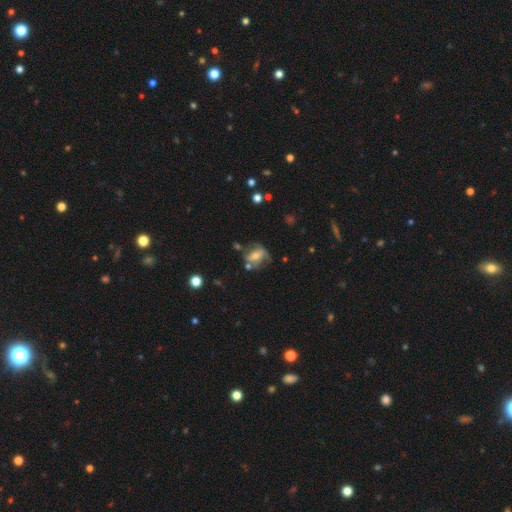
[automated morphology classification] smooth-or-featured: featured or disk: 50% | smooth: 40% | star or artifact: 10%
  disk-edge-on: no: 92% | yes: 8%
  merging: none: 46% | minor disturbance: 25% | major disturbance: 19% | merger: 11%